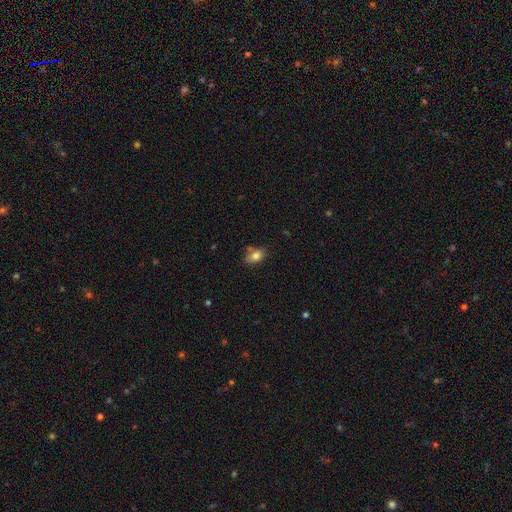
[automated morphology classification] This appears to be a smooth galaxy with no disk features (80%) that is in between round and cigar-shaped (81%). Merging: none (61%).